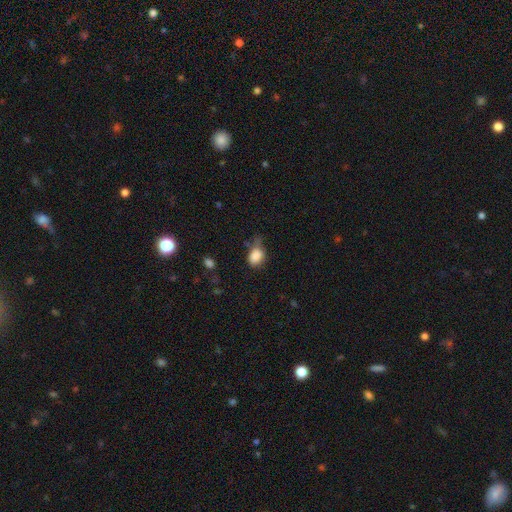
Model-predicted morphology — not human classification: The model was most divided on "merging": none: 41%, minor disturbance: 38%, major disturbance: 15%, merger: 6%. More confident: smooth or featured — smooth (85%); how rounded — in between (67%).